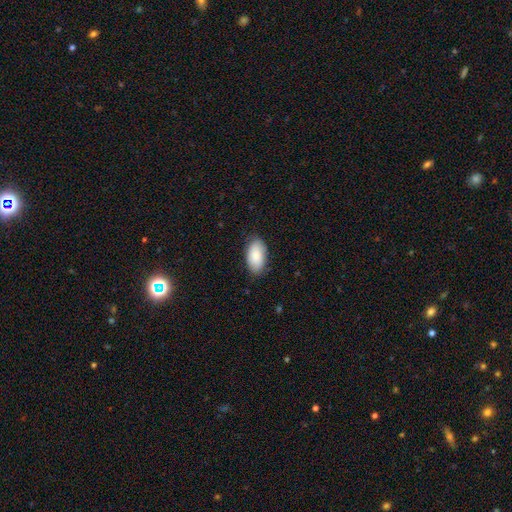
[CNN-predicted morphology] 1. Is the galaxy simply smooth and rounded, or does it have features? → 86% smooth, 8% featured or disk, 6% star or artifact.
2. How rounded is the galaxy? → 95% in between, 3% round, 2% cigar-shaped.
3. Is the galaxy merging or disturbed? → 83% none, 13% minor disturbance, 2% major disturbance, 1% merger.